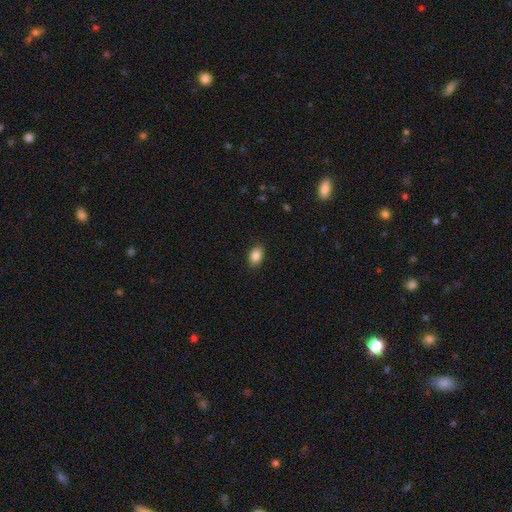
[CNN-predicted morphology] Overall: smooth (87%). How rounded: in between (84%). Merging: none (89%).